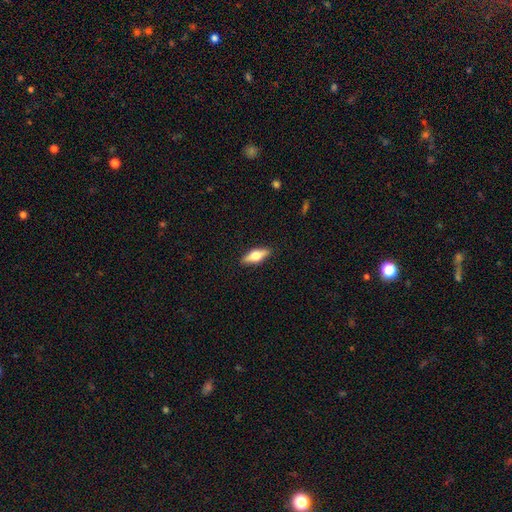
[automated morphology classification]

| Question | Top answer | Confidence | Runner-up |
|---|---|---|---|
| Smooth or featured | smooth | 49% | featured or disk (44%) |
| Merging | none | 90% | minor disturbance (8%) |